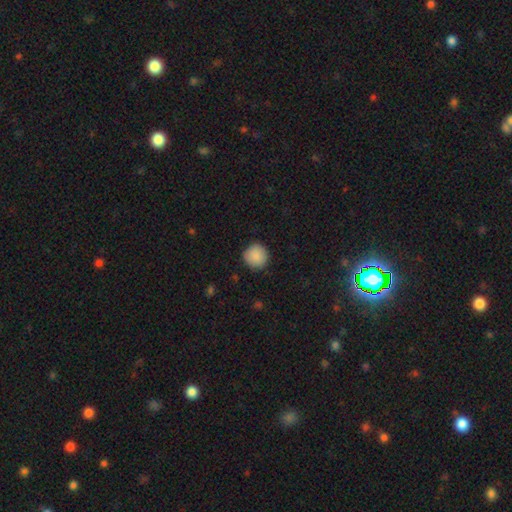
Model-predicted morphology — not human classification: Smooth or featured? Predicted: smooth (p=0.90). How rounded? Predicted: round (p=0.95). Merging? Predicted: none (p=0.90).